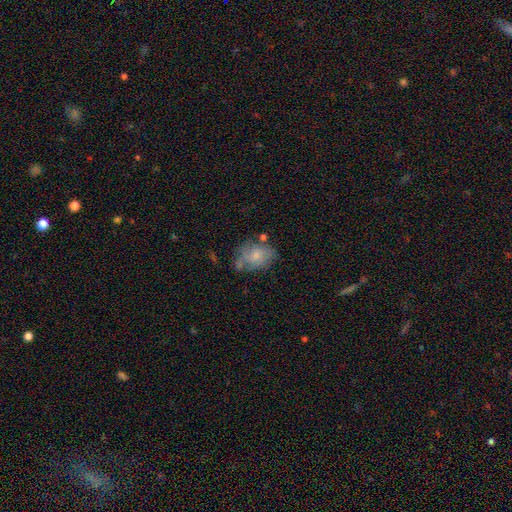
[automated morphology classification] Smooth or featured: smooth — 58% (featured or disk — 33%)
How rounded: in between — 72% (round — 27%)
Merging: none — 47% (minor disturbance — 28%)